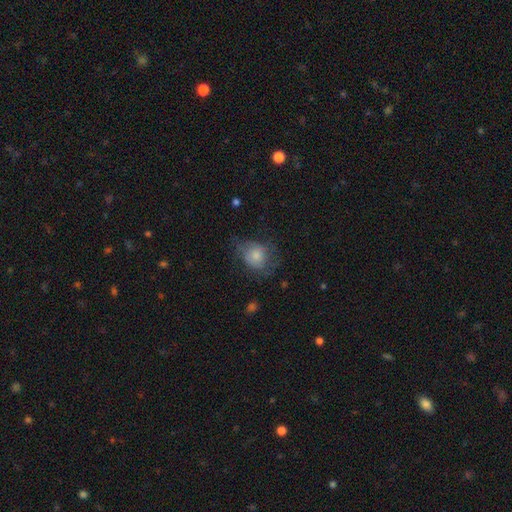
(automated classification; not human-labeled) Morphology: type=smooth (67%); roundness=round (64%); merging=none (44%).